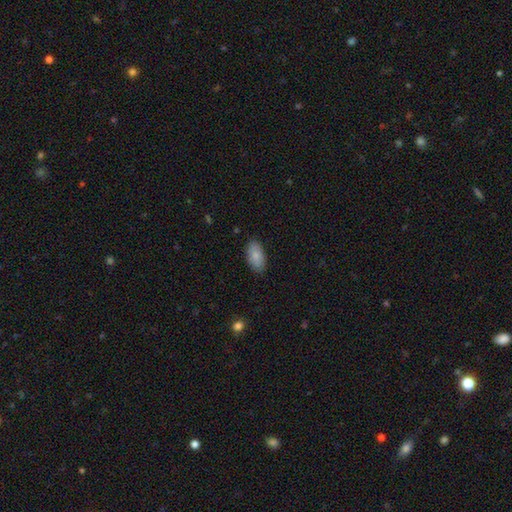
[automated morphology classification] Smooth or featured? Predicted: smooth (p=0.83). How rounded? Predicted: in between (p=0.94). Merging? Predicted: none (p=0.84).